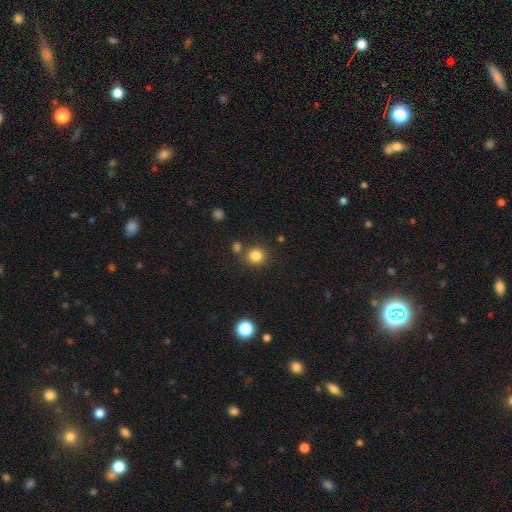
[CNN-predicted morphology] A smooth galaxy with no disk features (83%) that is round (89%).

Vote fractions:
- Smooth or featured? smooth: 83% / star or artifact: 12% / featured or disk: 5%
- How rounded? round: 89% / in between: 10% / cigar-shaped: 1%
- Merging? none: 78% / merger: 11% / minor disturbance: 9% / major disturbance: 3%